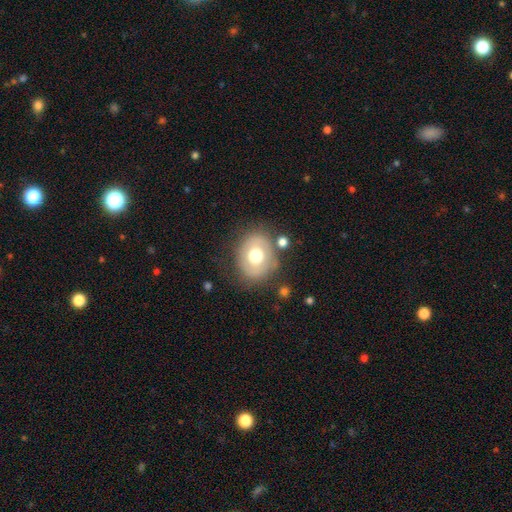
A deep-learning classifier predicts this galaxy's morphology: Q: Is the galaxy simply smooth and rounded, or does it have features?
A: smooth — 55%.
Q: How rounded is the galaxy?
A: round — 59%.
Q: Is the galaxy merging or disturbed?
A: none — 74%.